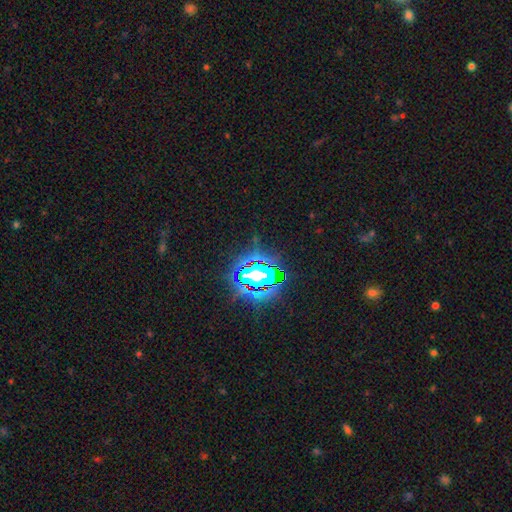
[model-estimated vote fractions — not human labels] Smooth or featured?
  - star or artifact: 82% *
  - smooth: 11%
  - featured or disk: 7%